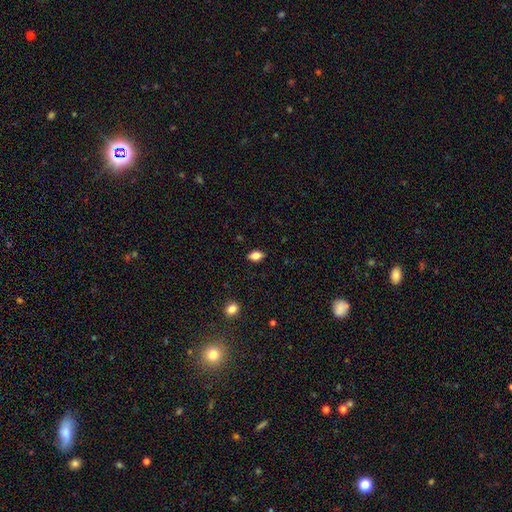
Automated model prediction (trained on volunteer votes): This appears to be a smooth galaxy with no disk features (82%) that is in between round and cigar-shaped (84%). Merging: none (87%).